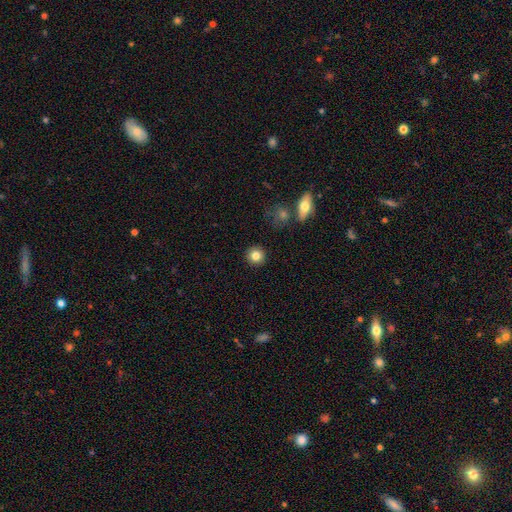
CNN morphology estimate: smooth-or-featured: smooth: 83% | star or artifact: 11% | featured or disk: 7%
  how-rounded: round: 94% | in between: 5% | cigar-shaped: 1%
  merging: none: 92% | minor disturbance: 5% | major disturbance: 2% | merger: 1%